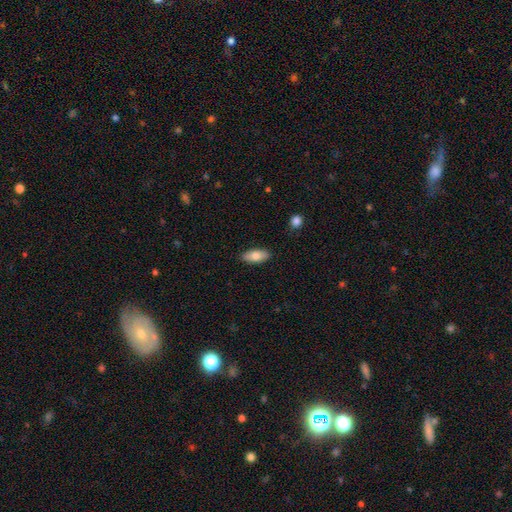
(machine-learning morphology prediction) smooth-or-featured: smooth: 77% | featured or disk: 16% | star or artifact: 6%
  how-rounded: in between: 87% | cigar-shaped: 10% | round: 2%
  merging: none: 88% | minor disturbance: 9% | major disturbance: 2% | merger: 1%